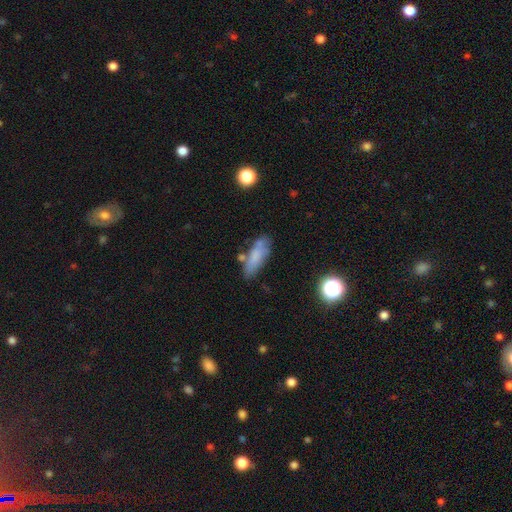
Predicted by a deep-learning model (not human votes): Smooth or featured?
  - smooth: 72% *
  - featured or disk: 18%
  - star or artifact: 10%
How rounded?
  - in between: 58% *
  - cigar-shaped: 40%
  - round: 3%
Merging?
  - none: 65% *
  - minor disturbance: 21%
  - merger: 8%
  - major disturbance: 6%